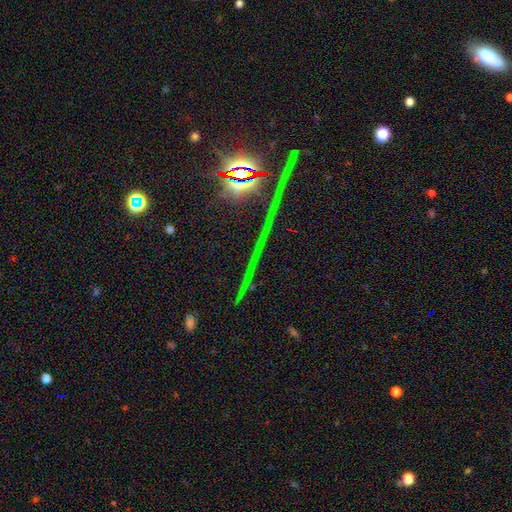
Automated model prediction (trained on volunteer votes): Smooth or featured: star or artifact — 80% (featured or disk — 11%)